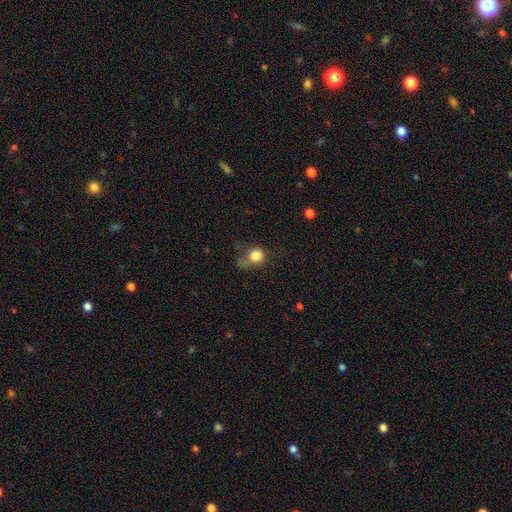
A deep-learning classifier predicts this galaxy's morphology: type=smooth (81%); roundness=round (81%); merging=none (42%).